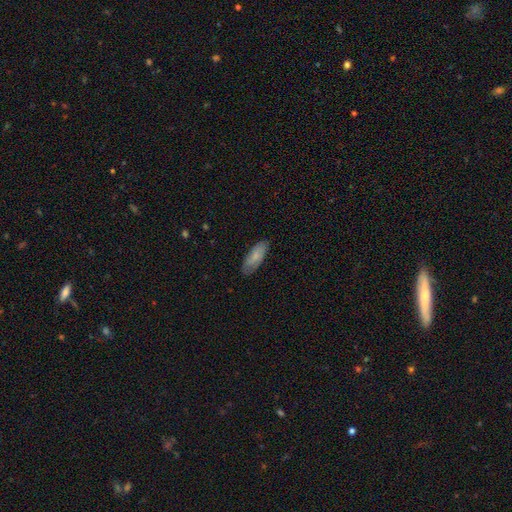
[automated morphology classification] Overall: smooth (72%). How rounded: in between (74%). Merging: none (78%).